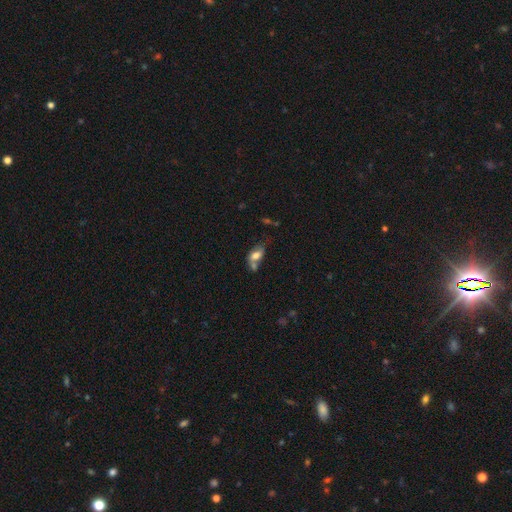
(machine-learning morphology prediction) A smooth galaxy with no disk features (67%) that is in between round and cigar-shaped (85%). Merging: merger (41%).